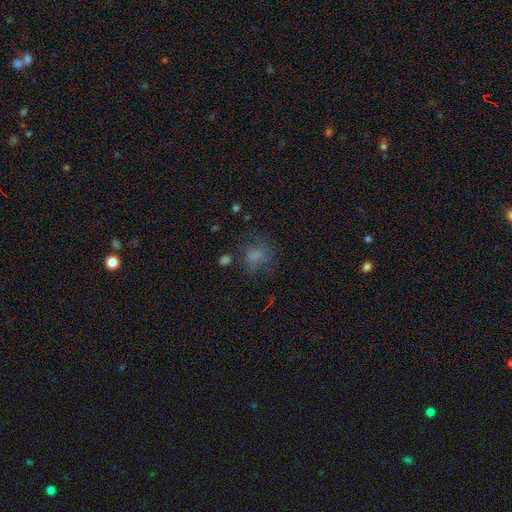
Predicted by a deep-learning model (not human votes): Smooth or featured? smooth (60%)
How rounded? round (54%)
Merging? none (53%)